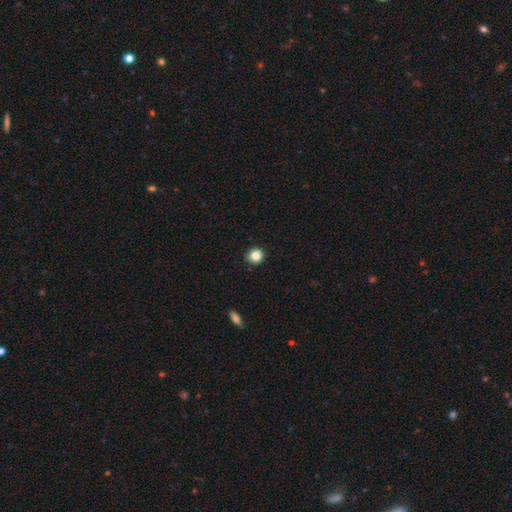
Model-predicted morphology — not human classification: Q: Smooth or featured?
A: smooth (84%); runner-up: star or artifact (11%)
Q: How rounded?
A: round (89%); runner-up: in between (10%)
Q: Merging?
A: none (90%); runner-up: minor disturbance (7%)